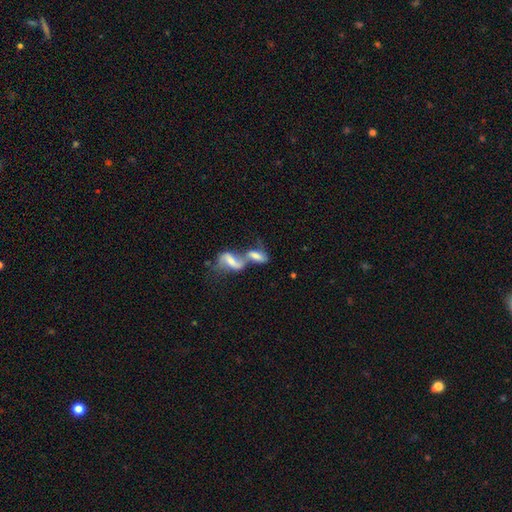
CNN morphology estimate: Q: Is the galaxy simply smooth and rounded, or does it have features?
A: smooth — 51%.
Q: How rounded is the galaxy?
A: in between — 78%.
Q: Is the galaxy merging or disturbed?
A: merger — 74%.